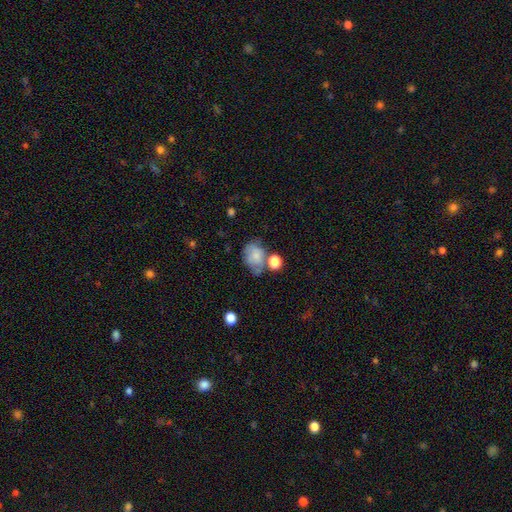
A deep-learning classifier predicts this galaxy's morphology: This appears to be a smooth galaxy with no disk features (73%) that is in between round and cigar-shaped (62%). Merging: none (36%).